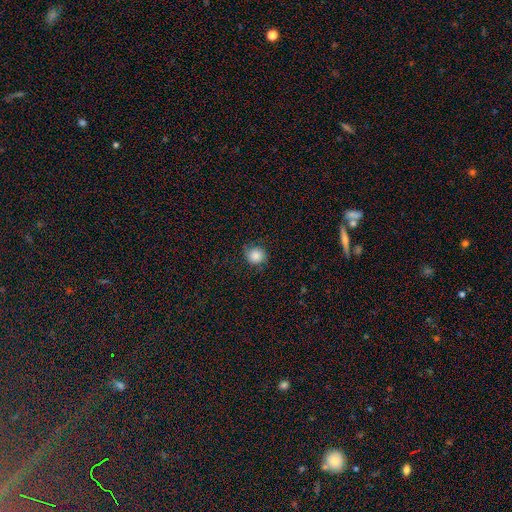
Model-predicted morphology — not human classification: Smooth or featured? Predicted: smooth (p=0.79). How rounded? Predicted: round (p=0.87). Merging? Predicted: none (p=0.77).